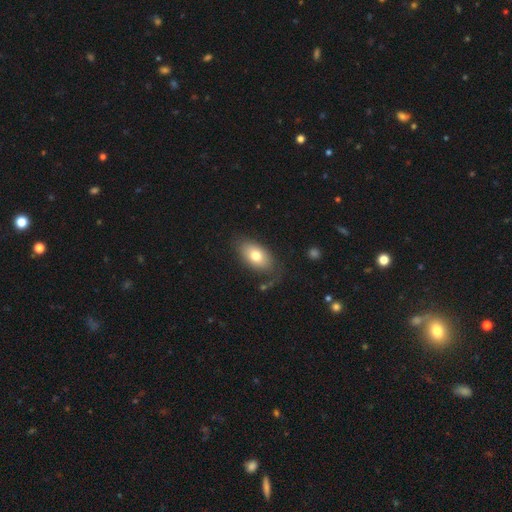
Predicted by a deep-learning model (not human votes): A smooth galaxy with no disk features (75%) that is in between round and cigar-shaped (90%).

Vote fractions:
- Smooth or featured? smooth: 75% / featured or disk: 18% / star or artifact: 7%
- How rounded? in between: 90% / round: 8% / cigar-shaped: 2%
- Merging? none: 72% / minor disturbance: 18% / major disturbance: 7% / merger: 3%